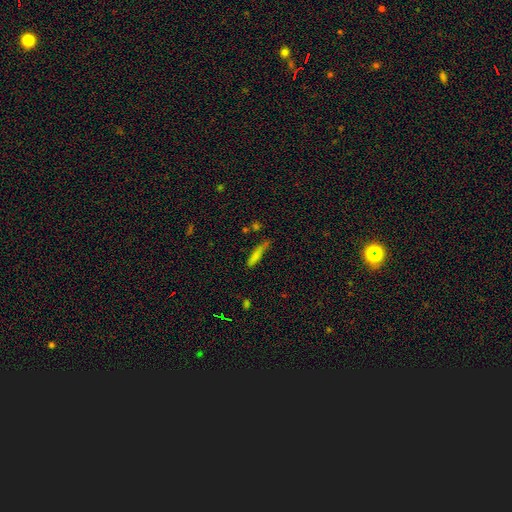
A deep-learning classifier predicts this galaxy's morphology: A smooth galaxy with no disk features (75%) that is cigar-shaped (87%). Merging: none (61%).